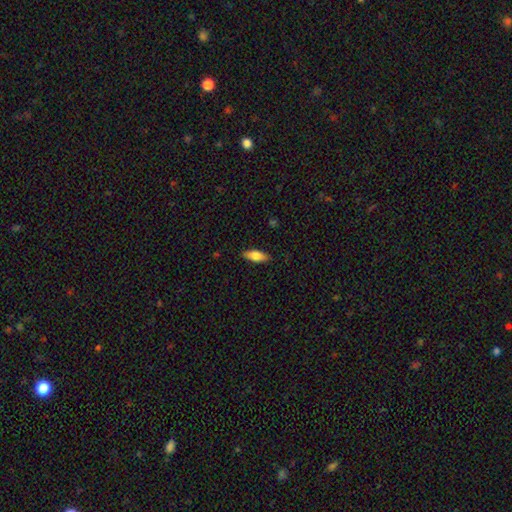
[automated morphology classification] This appears to be a smooth galaxy with no disk features (77%) that is in between round and cigar-shaped (72%). Merging: none (87%).